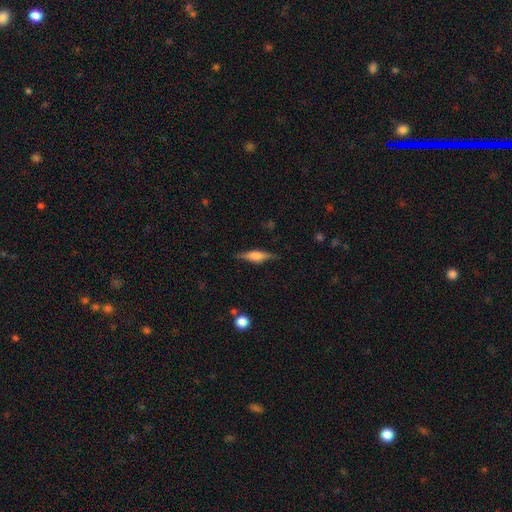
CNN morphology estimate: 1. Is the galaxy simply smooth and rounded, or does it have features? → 57% featured or disk, 35% smooth, 7% star or artifact.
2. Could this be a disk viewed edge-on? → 95% yes, 5% no.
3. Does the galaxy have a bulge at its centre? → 74% rounded, 22% boxy, 4% none.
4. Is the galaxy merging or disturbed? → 83% none, 13% minor disturbance, 3% major disturbance, 1% merger.